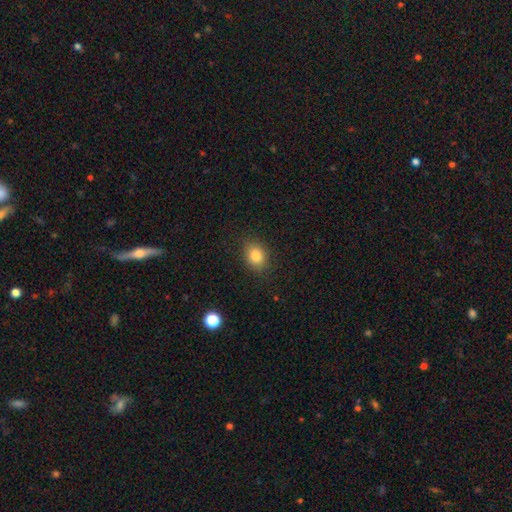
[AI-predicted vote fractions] smooth 83%, star or artifact 10%, featured or disk 7%. Down the decision tree: how rounded — in between (53%); merging — none (85%).